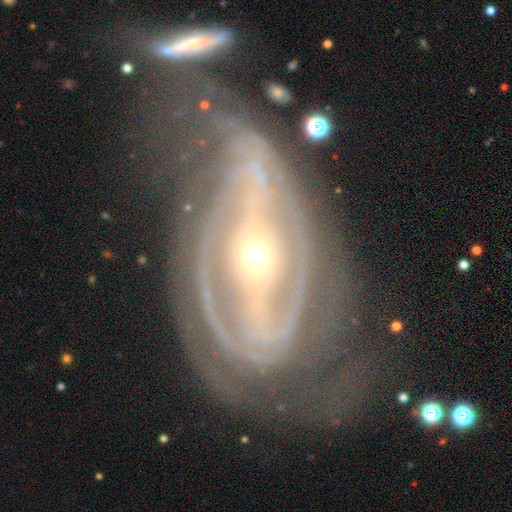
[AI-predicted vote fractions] This appears to be a featured or disk galaxy (88%) with a strong bar (42%), tight (62%) spiral arms (88%) and a small central bulge (69%). Merging: none (33%).